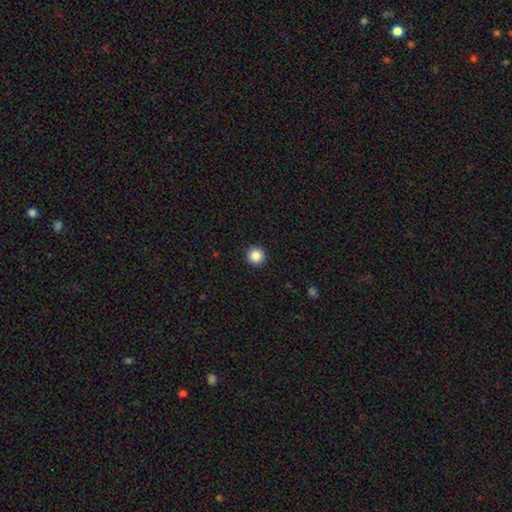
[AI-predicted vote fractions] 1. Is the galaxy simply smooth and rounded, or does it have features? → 87% smooth, 10% star or artifact, 3% featured or disk.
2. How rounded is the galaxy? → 97% round, 2% in between, 1% cigar-shaped.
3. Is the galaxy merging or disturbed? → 93% none, 4% minor disturbance, 2% major disturbance, 1% merger.